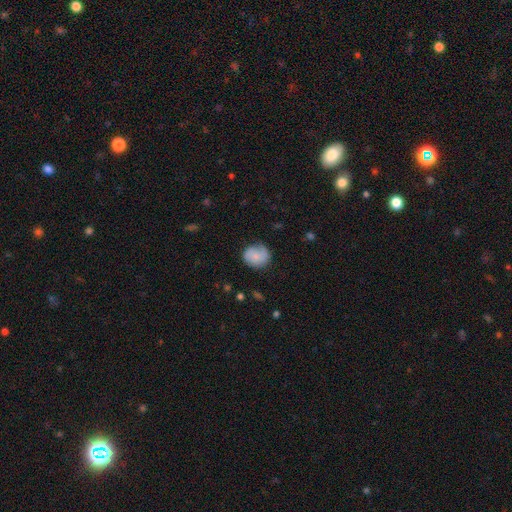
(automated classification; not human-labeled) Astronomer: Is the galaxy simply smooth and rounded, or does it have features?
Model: smooth — 68%.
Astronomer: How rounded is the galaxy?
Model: round — 77%.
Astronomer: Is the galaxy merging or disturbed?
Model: none — 70%.